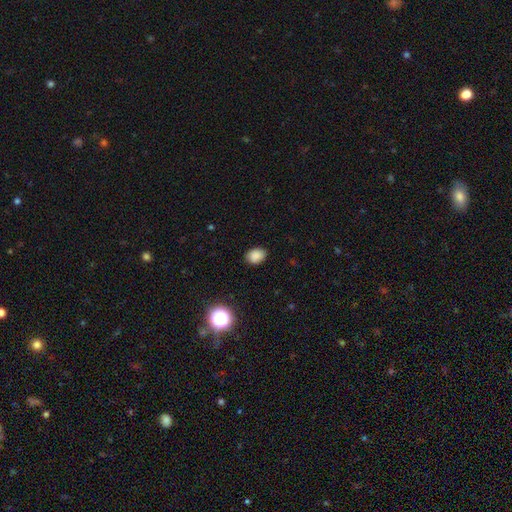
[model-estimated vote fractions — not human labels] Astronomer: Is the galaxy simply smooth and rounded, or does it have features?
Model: smooth — 85%.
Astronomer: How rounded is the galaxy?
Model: in between — 68%.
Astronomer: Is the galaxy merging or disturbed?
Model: none — 86%.